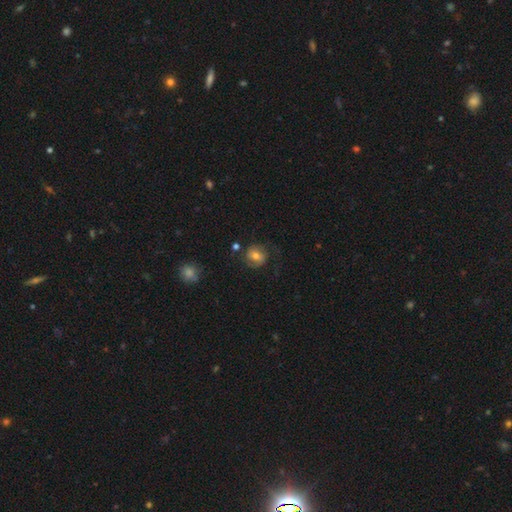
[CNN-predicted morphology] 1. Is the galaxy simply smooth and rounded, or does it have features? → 56% smooth, 35% featured or disk, 10% star or artifact.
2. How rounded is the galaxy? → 72% round, 26% in between, 1% cigar-shaped.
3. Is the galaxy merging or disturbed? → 65% none, 18% minor disturbance, 13% major disturbance, 4% merger.